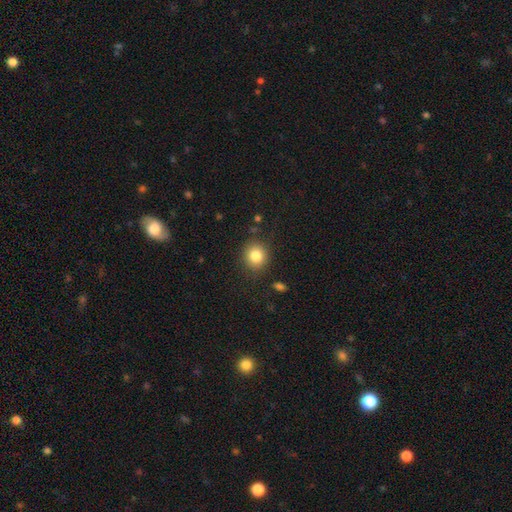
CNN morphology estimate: smooth-or-featured: smooth: 83% | star or artifact: 10% | featured or disk: 6%
  how-rounded: round: 82% | in between: 17% | cigar-shaped: 1%
  merging: none: 86% | minor disturbance: 9% | major disturbance: 3% | merger: 2%